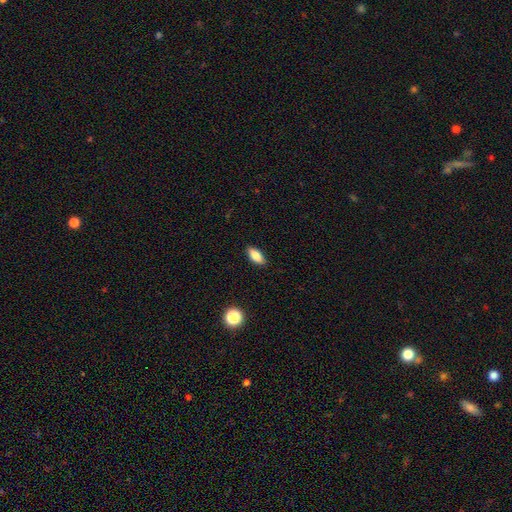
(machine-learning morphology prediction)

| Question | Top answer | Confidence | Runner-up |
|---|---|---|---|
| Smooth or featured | smooth | 81% | featured or disk (11%) |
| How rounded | in between | 85% | cigar-shaped (12%) |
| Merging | none | 88% | minor disturbance (9%) |